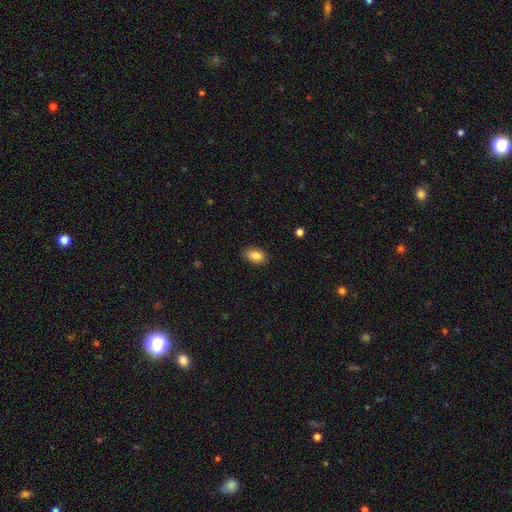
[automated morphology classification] smooth_or_featured: smooth (p=0.88) [alt: star or artifact p=0.08]
how_rounded: in between (p=0.91) [alt: round p=0.06]
merging: none (p=0.87) [alt: minor disturbance p=0.09]